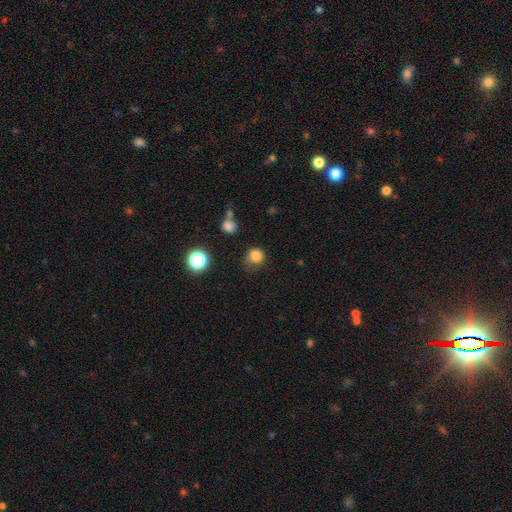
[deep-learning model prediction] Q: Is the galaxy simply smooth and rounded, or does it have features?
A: smooth — 82%.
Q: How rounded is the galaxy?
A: round — 84%.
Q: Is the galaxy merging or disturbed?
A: none — 65%.